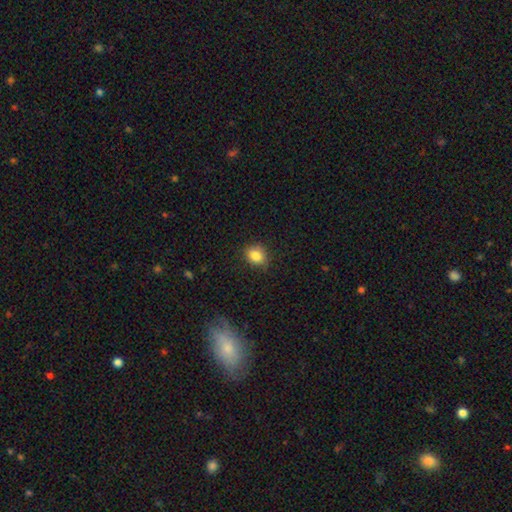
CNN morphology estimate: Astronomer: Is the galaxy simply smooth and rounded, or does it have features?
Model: smooth — 85%.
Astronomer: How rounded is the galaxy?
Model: round — 58% (runner-up: in between, 41%).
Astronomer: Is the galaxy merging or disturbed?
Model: none — 81%.